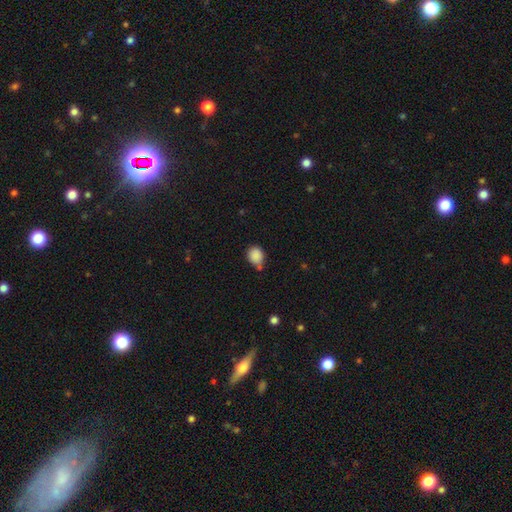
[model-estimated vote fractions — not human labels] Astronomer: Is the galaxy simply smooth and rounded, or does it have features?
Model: smooth — 87%.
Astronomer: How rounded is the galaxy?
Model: round — 65%.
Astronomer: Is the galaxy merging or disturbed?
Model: none — 59%.